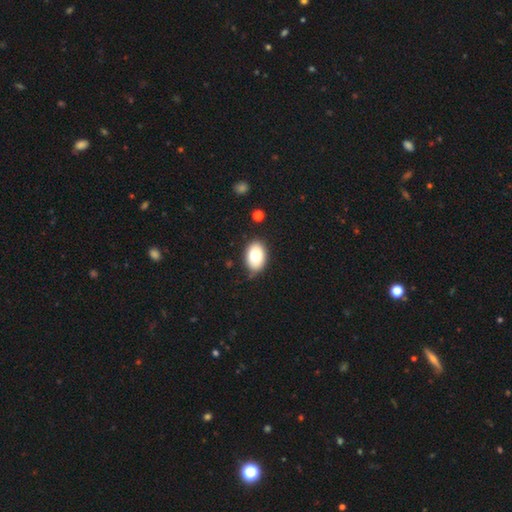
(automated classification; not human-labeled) A smooth galaxy with no disk features (83%) that is in between round and cigar-shaped (89%). Merging: none (77%).